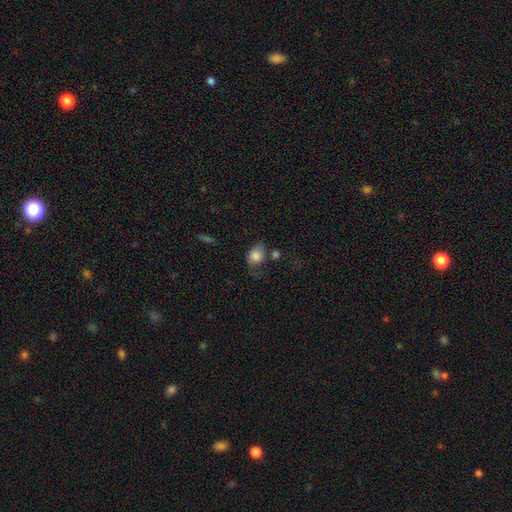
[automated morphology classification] smooth 77%, featured or disk 15%, star or artifact 8%. Down the decision tree: how rounded — in between (56%); merging — none (35%).